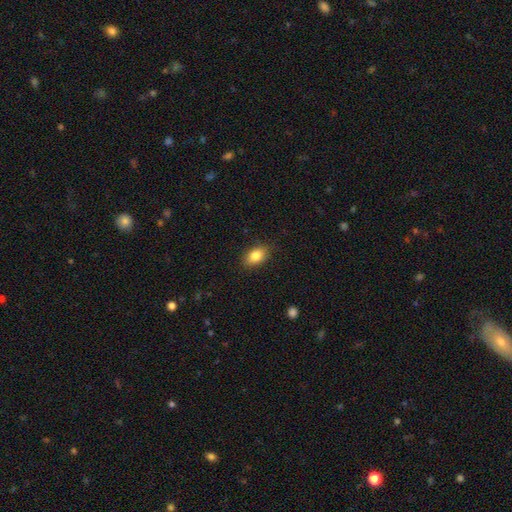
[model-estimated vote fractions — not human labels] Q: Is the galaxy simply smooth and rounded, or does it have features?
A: smooth — 83%.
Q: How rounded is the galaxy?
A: in between — 86%.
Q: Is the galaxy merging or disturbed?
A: none — 87%.